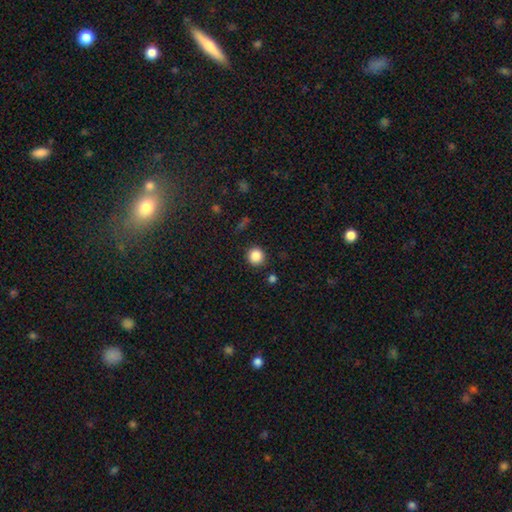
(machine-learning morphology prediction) smooth 86%, star or artifact 10%, featured or disk 3%. Down the decision tree: how rounded — round (93%); merging — none (89%).